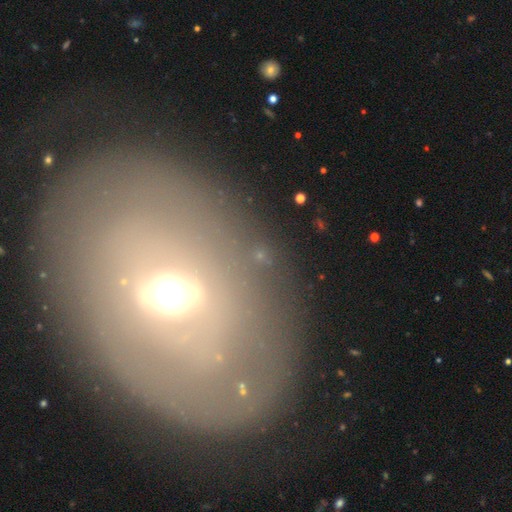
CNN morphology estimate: A star or artifact, not a galaxy (40%).